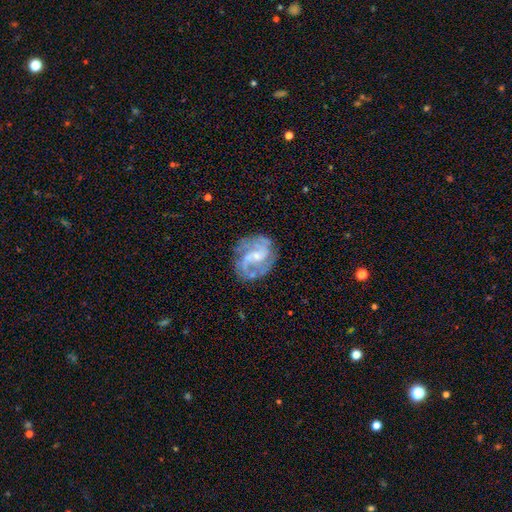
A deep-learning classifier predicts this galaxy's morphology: This is clearly a featured or disk galaxy (84%). It is clearly not viewed edge-on (98%). Bar: possibly weak (49%). Spiral arm pattern: clearly yes (93%). Spiral arm count: likely 2 (64%). Spiral winding: possibly medium (49%). Central bulge: possibly small (58%). Merging: likely none (66%).